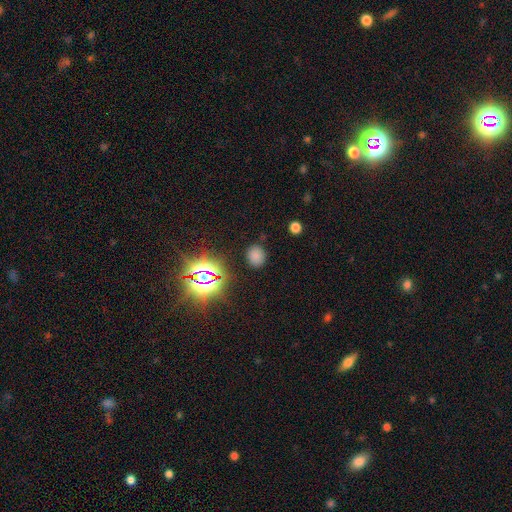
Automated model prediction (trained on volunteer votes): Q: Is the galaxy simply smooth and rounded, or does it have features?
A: smooth — 70%.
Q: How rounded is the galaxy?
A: round — 66%.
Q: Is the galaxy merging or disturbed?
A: none — 84%.